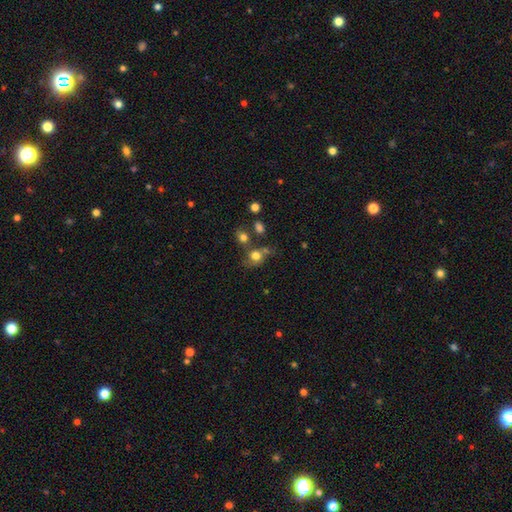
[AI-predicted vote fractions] Morphology: type=smooth (73%); roundness=round (69%); merging=none (49%).